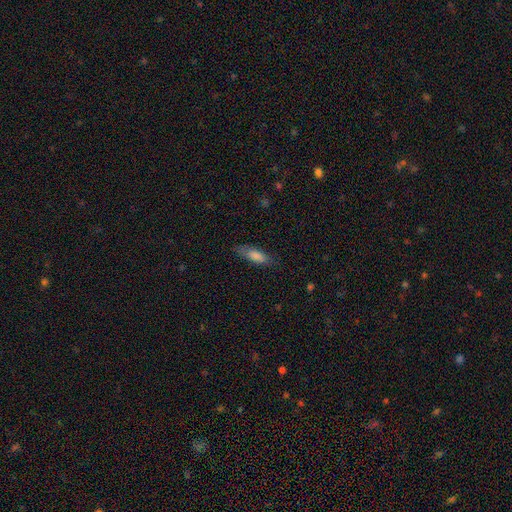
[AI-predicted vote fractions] The model was most divided on "how rounded": cigar-shaped: 52%, in between: 45%, round: 2%. More confident: merging — none (79%); smooth or featured — smooth (67%).